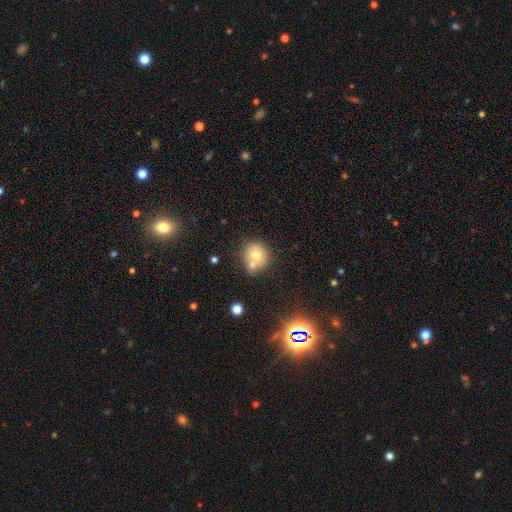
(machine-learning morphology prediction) smooth 68%, featured or disk 21%, star or artifact 11%. Down the decision tree: how rounded — round (84%); merging — merger (44%).